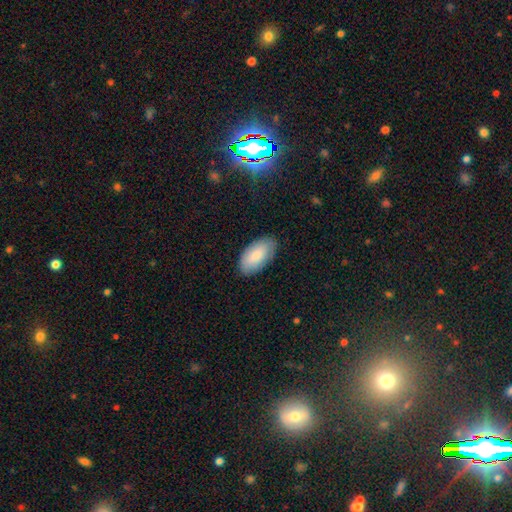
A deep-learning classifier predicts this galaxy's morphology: Smooth or featured? smooth (83%)
How rounded? in between (96%)
Merging? none (85%)